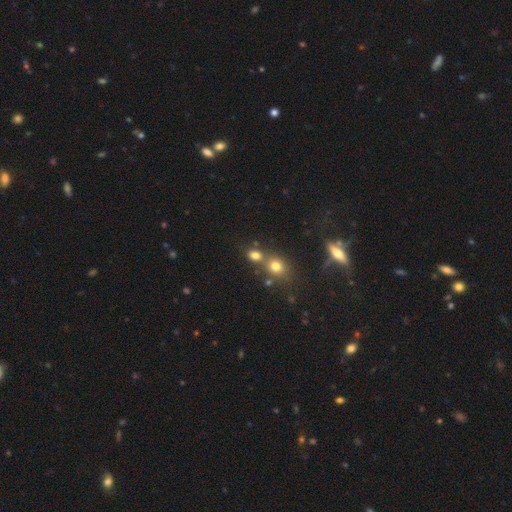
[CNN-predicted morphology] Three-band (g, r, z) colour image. It shows a smooth galaxy with no disk features (70%) that is round (65%). Merging: none (50%).